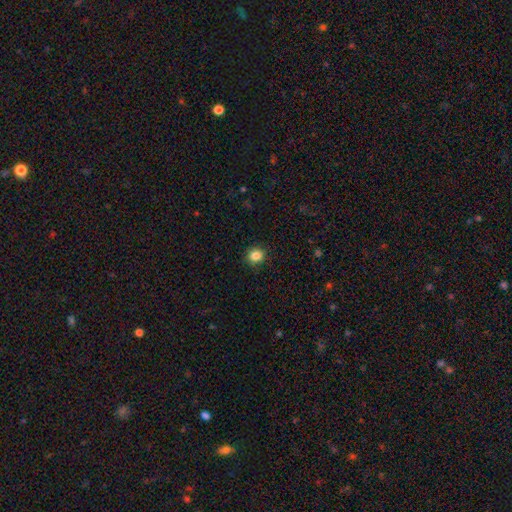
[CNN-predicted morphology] Smooth or featured?
  - smooth: 85% *
  - star or artifact: 11%
  - featured or disk: 4%
How rounded?
  - round: 87% *
  - in between: 12%
  - cigar-shaped: 1%
Merging?
  - none: 91% *
  - minor disturbance: 6%
  - major disturbance: 2%
  - merger: 1%